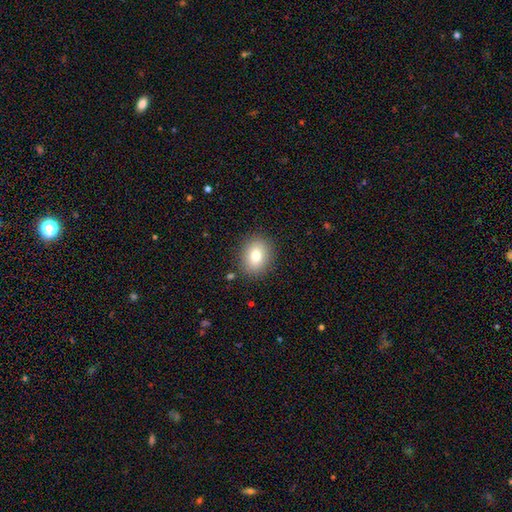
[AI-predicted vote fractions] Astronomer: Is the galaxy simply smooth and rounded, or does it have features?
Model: smooth — 80%.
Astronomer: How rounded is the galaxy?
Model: in between — 55% (runner-up: round, 44%).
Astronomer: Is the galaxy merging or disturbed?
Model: none — 87%.